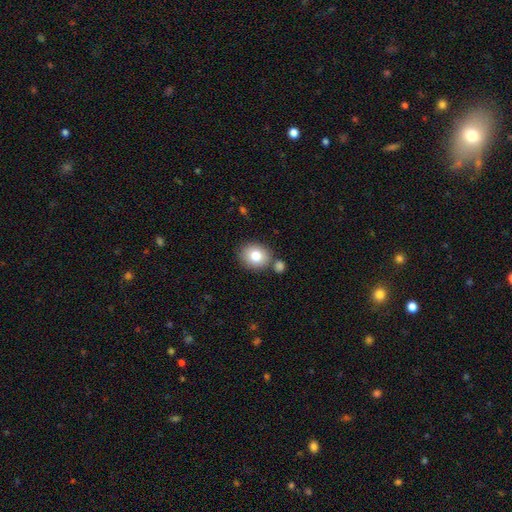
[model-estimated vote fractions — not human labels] Smooth or featured: smooth — 80% (featured or disk — 11%)
How rounded: round — 62% (in between — 37%)
Merging: none — 73% (merger — 13%)